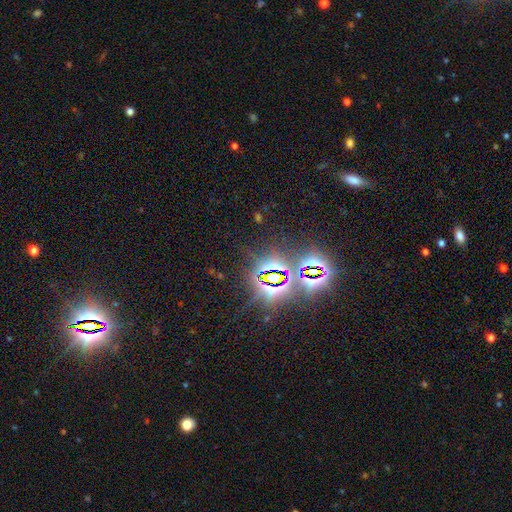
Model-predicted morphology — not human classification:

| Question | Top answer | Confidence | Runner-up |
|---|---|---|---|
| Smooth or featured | star or artifact | 82% | smooth (10%) |